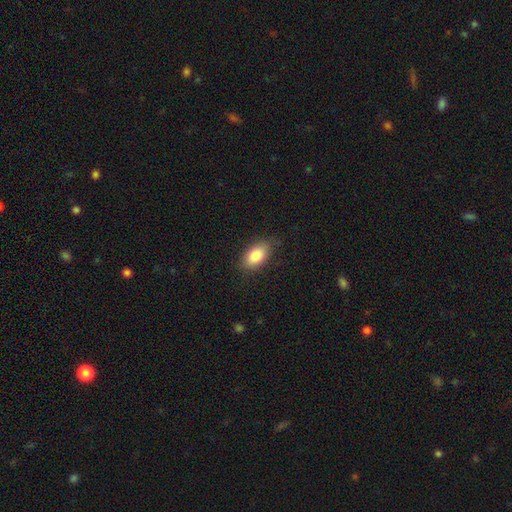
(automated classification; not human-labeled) Overall: smooth (86%). How rounded: in between (92%). Merging: none (78%).